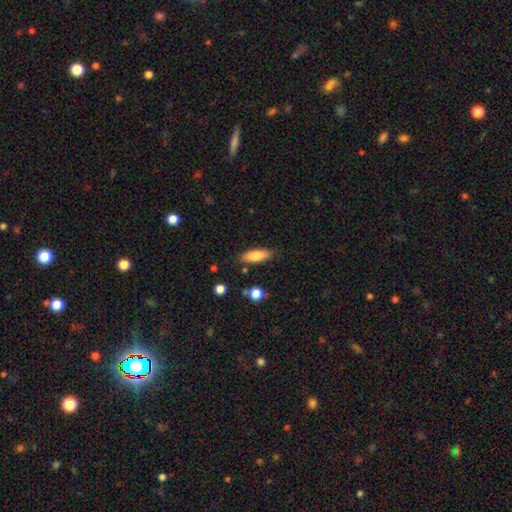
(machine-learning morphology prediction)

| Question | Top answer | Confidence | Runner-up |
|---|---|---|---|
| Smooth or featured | smooth | 79% | featured or disk (14%) |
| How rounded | in between | 57% | cigar-shaped (41%) |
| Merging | none | 83% | minor disturbance (12%) |